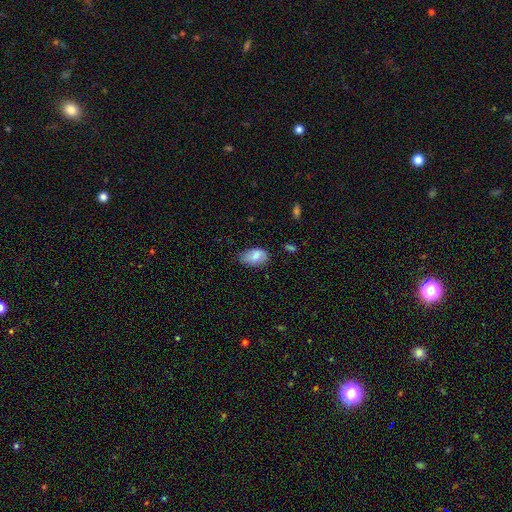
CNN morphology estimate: Smooth or featured? smooth (79%)
How rounded? in between (91%)
Merging? none (59%)